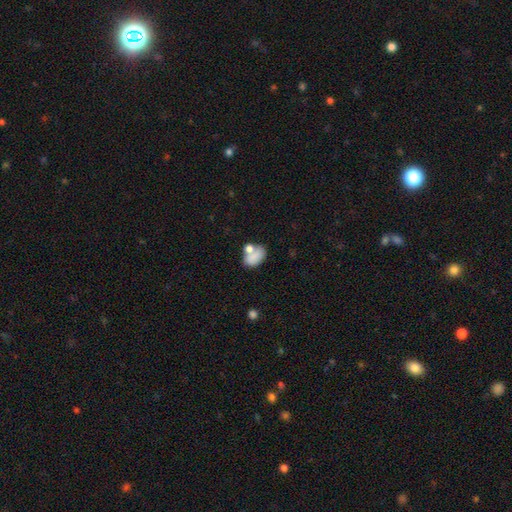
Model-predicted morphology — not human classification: smooth-or-featured: smooth: 77% | featured or disk: 14% | star or artifact: 10%
  how-rounded: in between: 78% | round: 21% | cigar-shaped: 1%
  merging: none: 44% | merger: 30% | minor disturbance: 18% | major disturbance: 8%